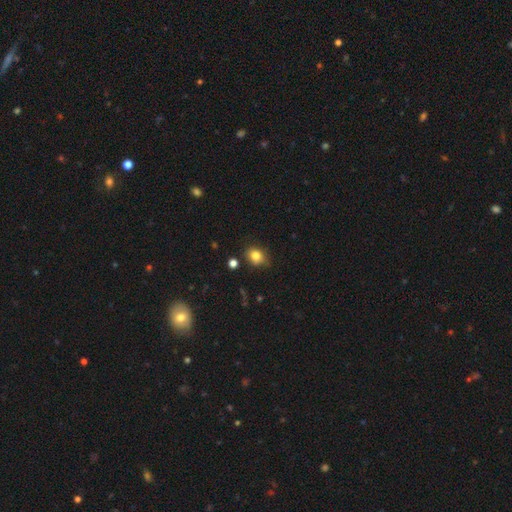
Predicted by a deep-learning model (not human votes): Morphology: type=smooth (81%); roundness=round (58%); merging=none (73%).